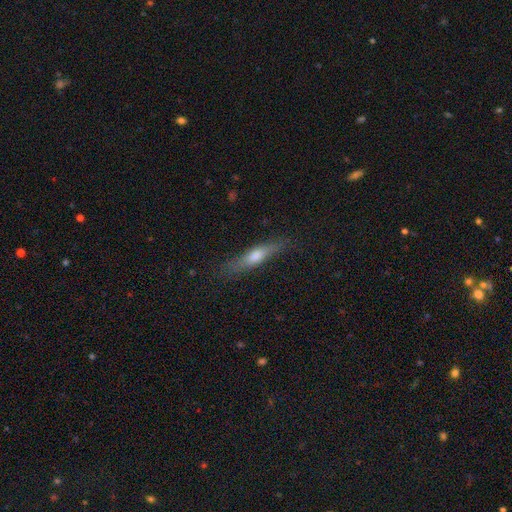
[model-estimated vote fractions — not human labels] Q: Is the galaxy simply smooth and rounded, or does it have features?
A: smooth — 47%.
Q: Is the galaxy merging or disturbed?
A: none — 81%.